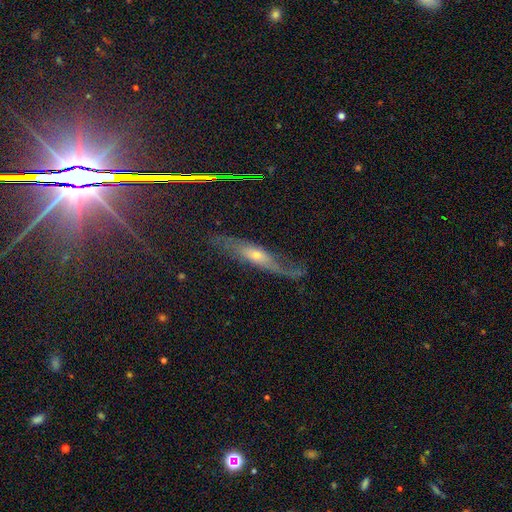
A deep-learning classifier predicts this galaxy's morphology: smooth_or_featured: featured or disk (p=0.66) [alt: smooth p=0.18]
disk_edge_on: yes (p=0.53) [alt: no p=0.47]
merging: none (p=0.64) [alt: minor disturbance p=0.23]